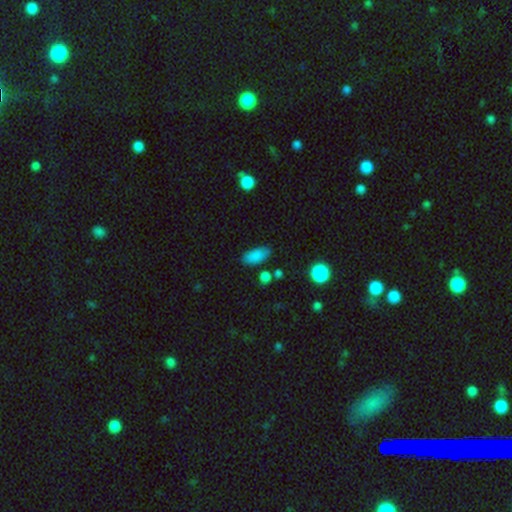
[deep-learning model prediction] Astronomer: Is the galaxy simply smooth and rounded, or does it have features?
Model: smooth — 86%.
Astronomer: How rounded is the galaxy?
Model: in between — 85%.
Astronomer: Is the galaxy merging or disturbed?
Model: none — 80%.